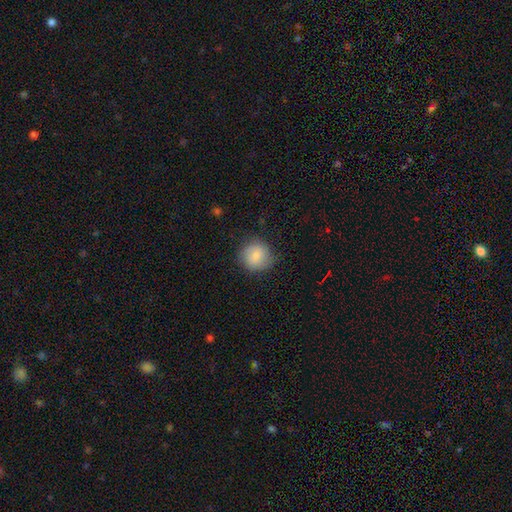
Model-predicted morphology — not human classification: Smooth or featured? Predicted: smooth (p=0.83). How rounded? Predicted: round (p=0.90). Merging? Predicted: none (p=0.80).